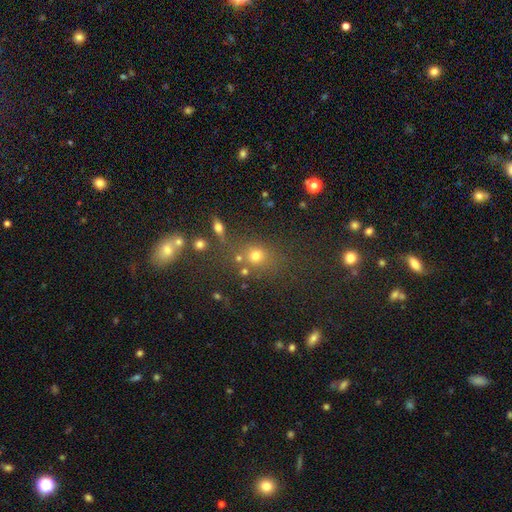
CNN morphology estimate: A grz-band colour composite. It shows a smooth galaxy with no disk features (66%) that is round (75%). Merging: none (66%).